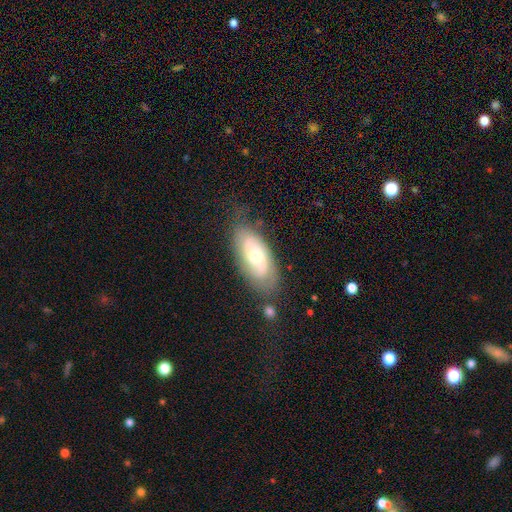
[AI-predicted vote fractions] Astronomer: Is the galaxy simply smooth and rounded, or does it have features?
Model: featured or disk — 59% (runner-up: smooth, 34%).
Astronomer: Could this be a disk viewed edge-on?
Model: no — 91%.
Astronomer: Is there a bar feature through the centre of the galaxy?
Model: no — 71%.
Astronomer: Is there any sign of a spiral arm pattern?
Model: yes — 80%.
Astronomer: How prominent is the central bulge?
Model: moderate — 49% (runner-up: small, 45%).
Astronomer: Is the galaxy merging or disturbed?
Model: none — 67%.